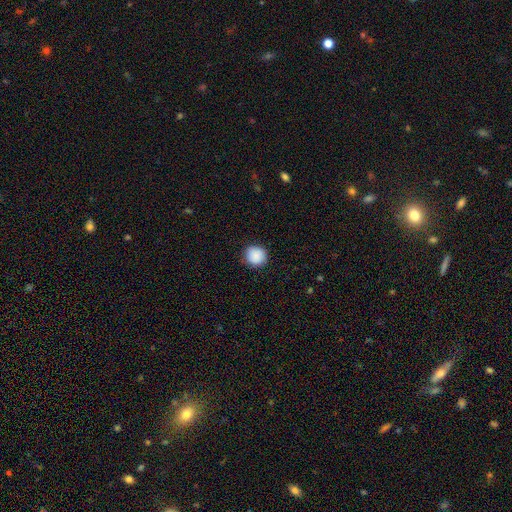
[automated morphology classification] Q: Smooth or featured?
A: smooth (89%); runner-up: star or artifact (8%)
Q: How rounded?
A: round (91%); runner-up: in between (8%)
Q: Merging?
A: none (87%); runner-up: minor disturbance (9%)